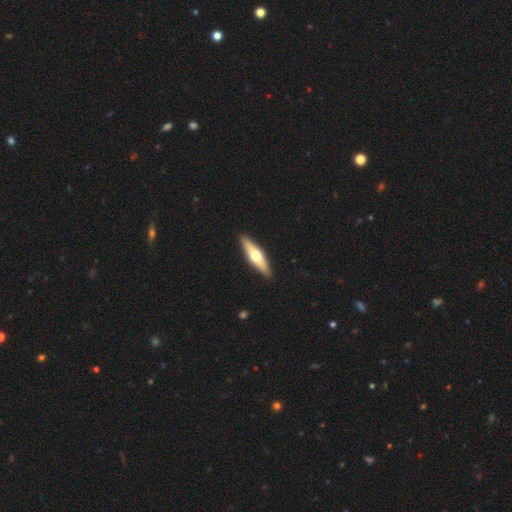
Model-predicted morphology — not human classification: This is possibly a featured or disk galaxy (56%). It is clearly viewed edge-on (93%). Edge-on bulge: clearly rounded (95%). Merging: clearly none (92%).